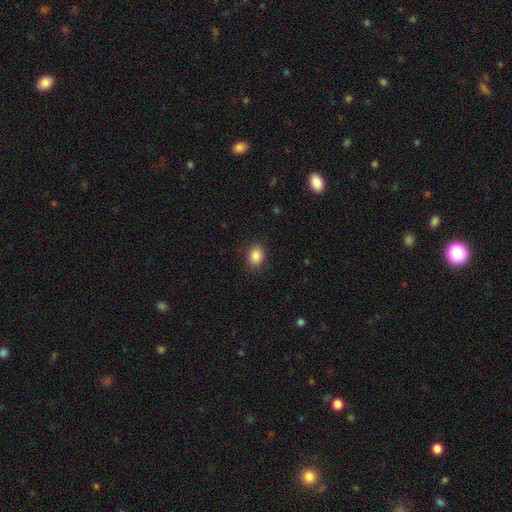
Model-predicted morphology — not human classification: Smooth or featured?
  - smooth: 87% *
  - star or artifact: 9%
  - featured or disk: 4%
How rounded?
  - in between: 61% *
  - round: 38%
  - cigar-shaped: 1%
Merging?
  - none: 87% *
  - minor disturbance: 10%
  - major disturbance: 3%
  - merger: 1%